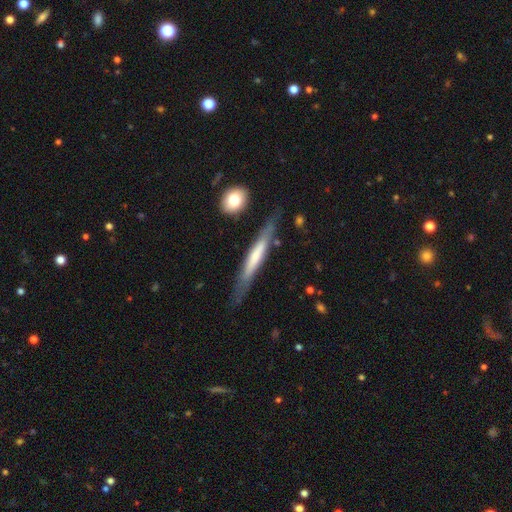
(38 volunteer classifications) A featured or disk galaxy (53%) viewed edge-on (95%) with no central bulge (47%). Merging: none (84%).